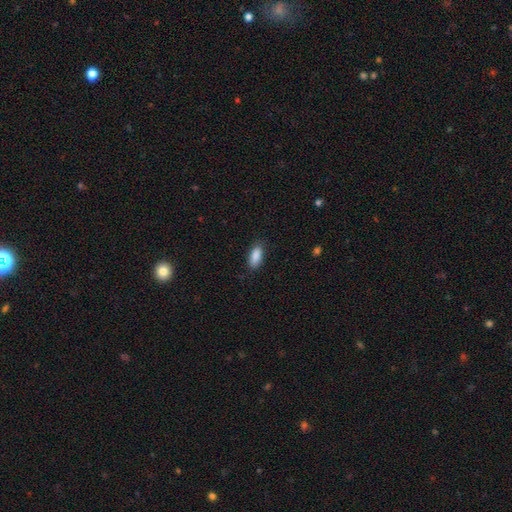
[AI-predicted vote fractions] Morphology: type=smooth (89%); roundness=in between (83%); merging=none (85%).